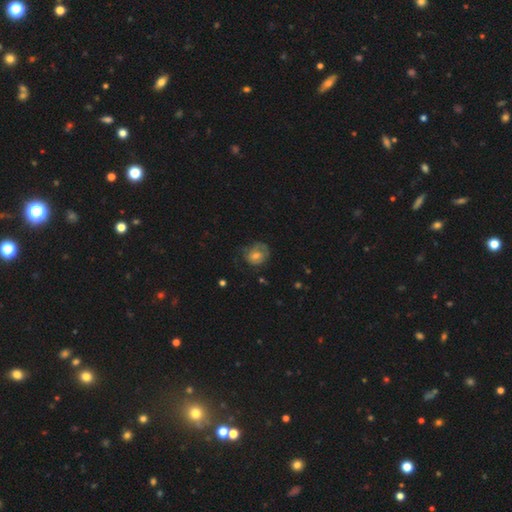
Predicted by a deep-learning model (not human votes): Overall: smooth (51%; featured or disk 38%). How rounded: round (65%; in between 34%). Merging: none (56%; minor disturbance 26%).